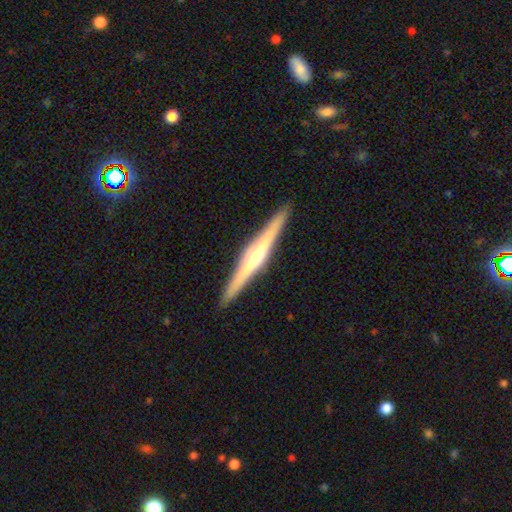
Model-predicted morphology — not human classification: This is likely a featured or disk galaxy (76%). It is clearly viewed edge-on (98%). Edge-on bulge: clearly rounded (85%). Merging: clearly none (92%).